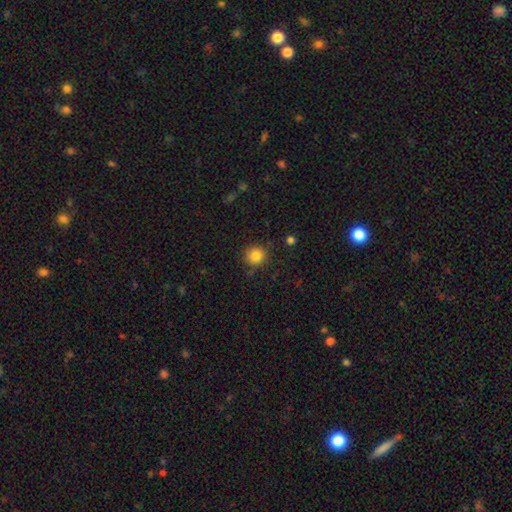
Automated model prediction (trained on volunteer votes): This is clearly a smooth galaxy (84%). How rounded: clearly round (91%). Merging: clearly none (84%).